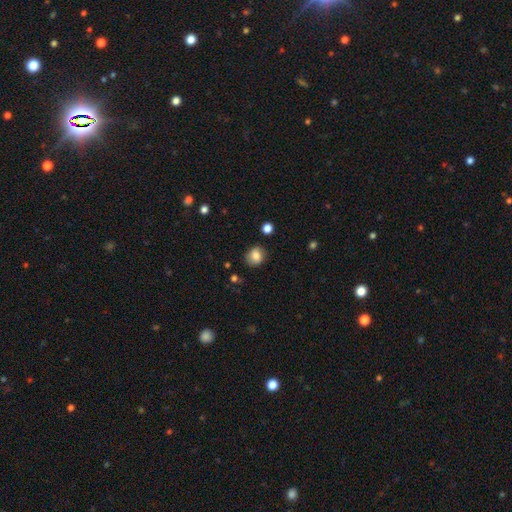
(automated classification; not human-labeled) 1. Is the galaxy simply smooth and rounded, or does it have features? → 81% smooth, 10% star or artifact, 9% featured or disk.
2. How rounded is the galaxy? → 67% round, 32% in between, 1% cigar-shaped.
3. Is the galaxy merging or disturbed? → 81% none, 14% minor disturbance, 3% major disturbance, 2% merger.